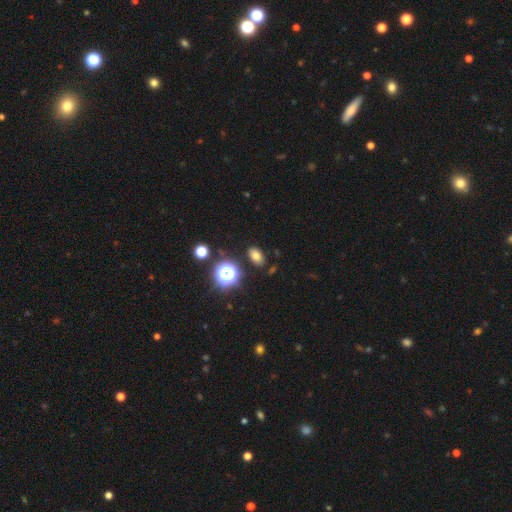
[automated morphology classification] Smooth or featured?
  - smooth: 72% *
  - star or artifact: 20%
  - featured or disk: 9%
How rounded?
  - in between: 82% *
  - round: 16%
  - cigar-shaped: 2%
Merging?
  - none: 85% *
  - minor disturbance: 9%
  - merger: 3%
  - major disturbance: 3%